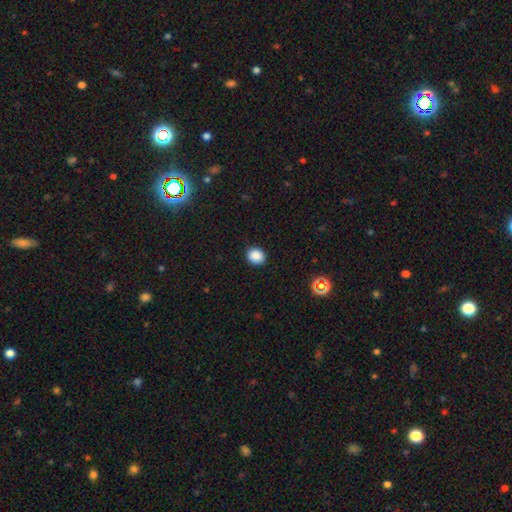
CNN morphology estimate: smooth_or_featured: smooth (p=0.87) [alt: star or artifact p=0.10]
how_rounded: round (p=0.77) [alt: in between p=0.22]
merging: none (p=0.90) [alt: minor disturbance p=0.07]